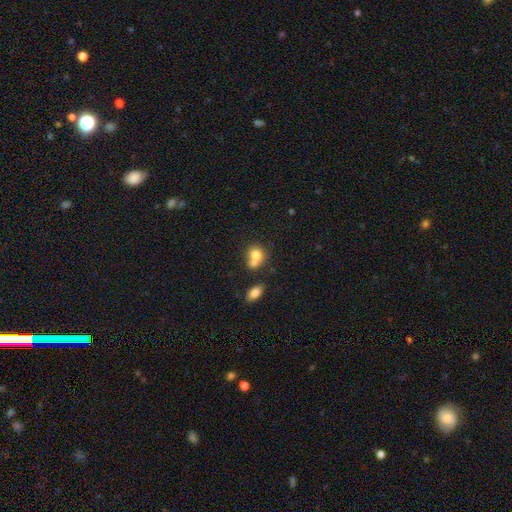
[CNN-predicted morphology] Smooth or featured?
  - smooth: 77% *
  - featured or disk: 14%
  - star or artifact: 10%
How rounded?
  - round: 66% *
  - in between: 33%
  - cigar-shaped: 1%
Merging?
  - merger: 53% *
  - none: 33%
  - minor disturbance: 10%
  - major disturbance: 4%